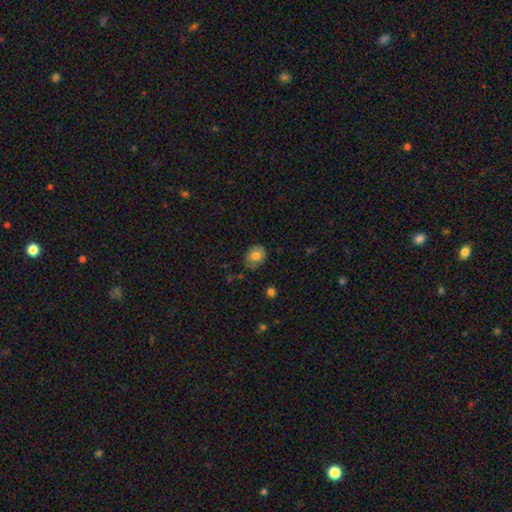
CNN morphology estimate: type=smooth (76%); roundness=in between (52%); merging=none (77%).